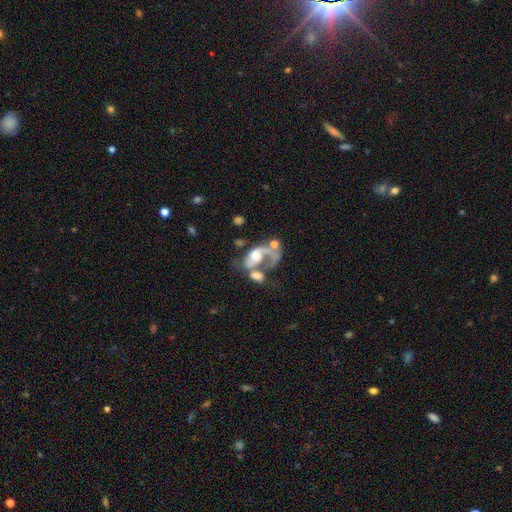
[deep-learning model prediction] A featured or disk galaxy (66%) with no bar (66%), spiral arms (71%) and a moderate central bulge (44%). Merging: merger (48%).